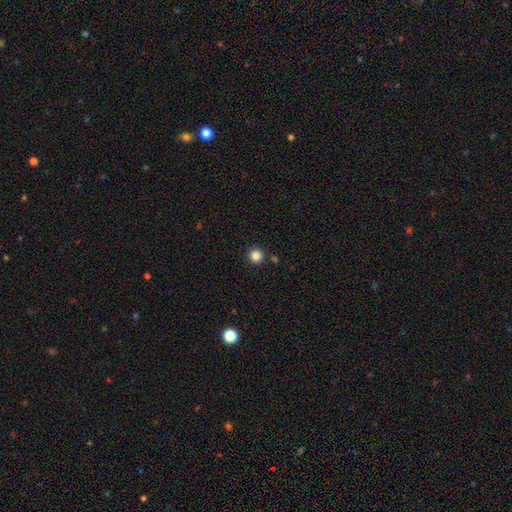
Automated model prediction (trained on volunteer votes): Smooth or featured? smooth (85%)
How rounded? round (95%)
Merging? none (90%)